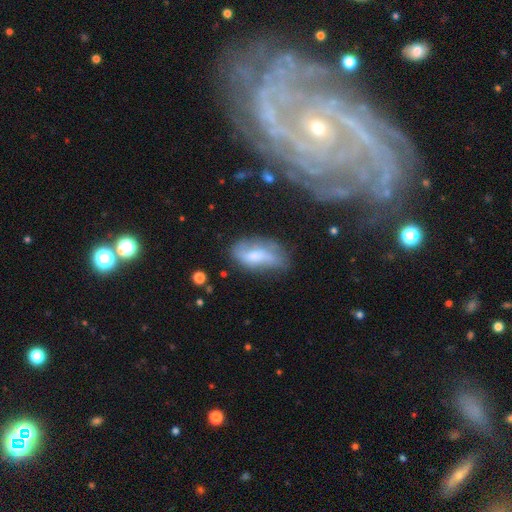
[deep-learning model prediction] The model was most divided on "smooth or featured": smooth: 50%, featured or disk: 42%, star or artifact: 8%. Remaining: how rounded — in between (86%); merging — none (47%).